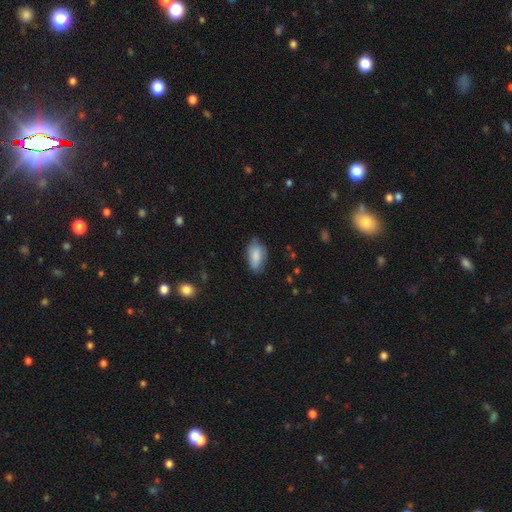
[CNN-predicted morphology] type=smooth (85%); roundness=in between (92%); merging=none (70%).